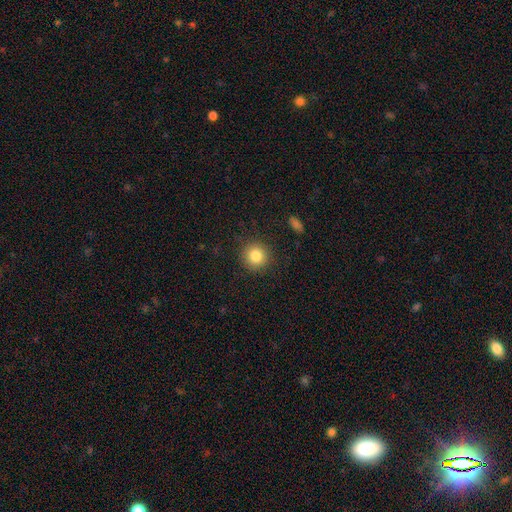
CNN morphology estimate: smooth 82%, star or artifact 10%, featured or disk 7%. Down the decision tree: how rounded — round (93%); merging — none (90%).